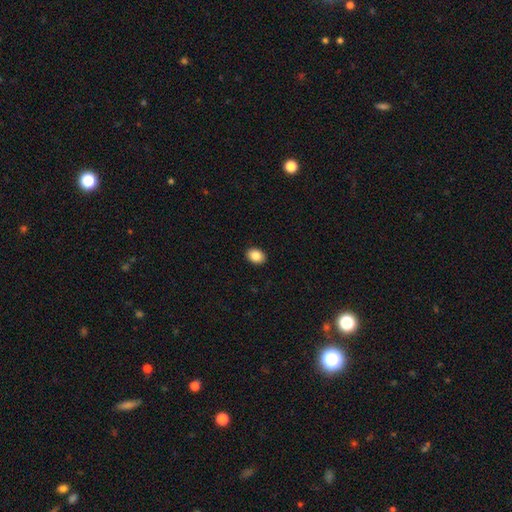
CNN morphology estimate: Smooth or featured? Predicted: smooth (p=0.87). How rounded? Predicted: in between (p=0.70). Merging? Predicted: none (p=0.91).